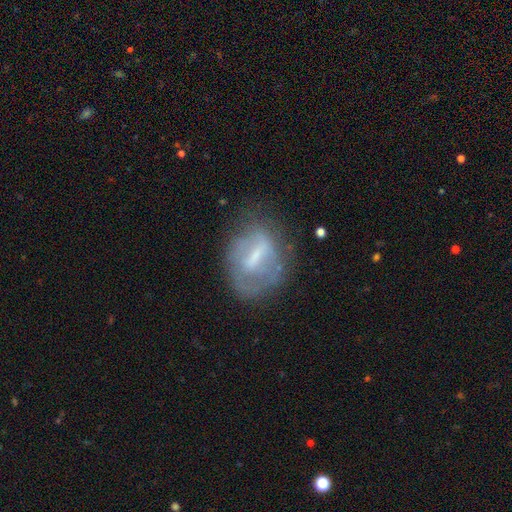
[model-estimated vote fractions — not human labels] The model was most divided on "bar": strong: 45%, weak: 41%, no: 15%. Remaining: edge-on disk — no (91%); spiral arms — no (60%); smooth or featured — featured or disk (59%); merging — none (57%); bulge size — small (43%).